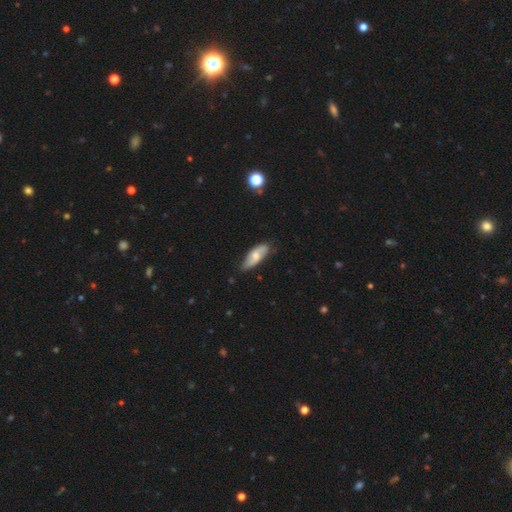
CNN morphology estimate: smooth_or_featured: smooth (p=0.57) [alt: featured or disk p=0.37]
how_rounded: in between (p=0.74) [alt: cigar-shaped p=0.24]
merging: none (p=0.70) [alt: minor disturbance p=0.25]